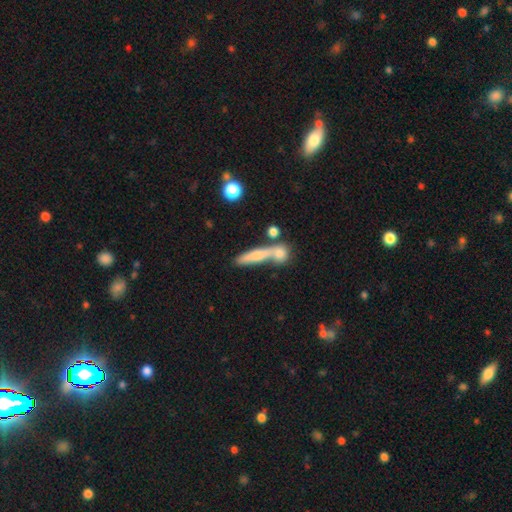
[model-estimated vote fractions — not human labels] Q: Smooth or featured?
A: smooth (61%); runner-up: featured or disk (31%)
Q: How rounded?
A: cigar-shaped (79%); runner-up: in between (16%)
Q: Merging?
A: none (49%); runner-up: merger (32%)